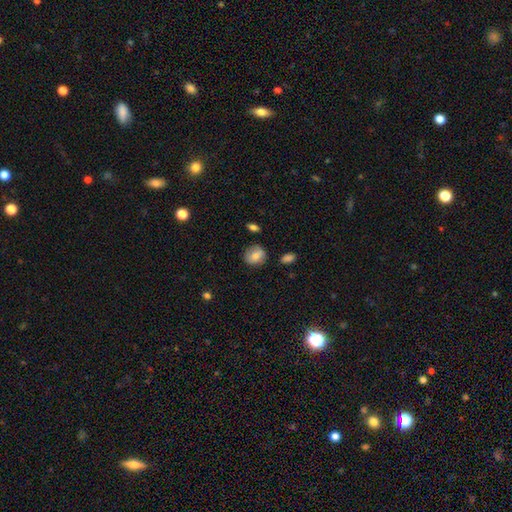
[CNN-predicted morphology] smooth_or_featured: smooth (p=0.75) [alt: featured or disk p=0.17]
how_rounded: round (p=0.69) [alt: in between p=0.30]
merging: none (p=0.79) [alt: minor disturbance p=0.15]